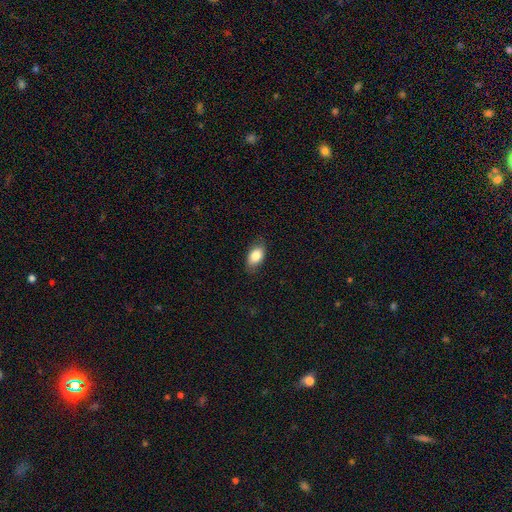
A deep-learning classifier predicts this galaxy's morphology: type=smooth (84%); roundness=in between (92%); merging=none (81%).